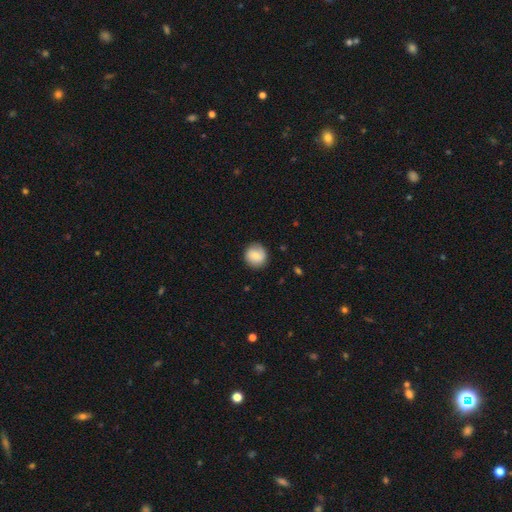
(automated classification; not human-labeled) smooth_or_featured: smooth (p=0.76) [alt: featured or disk p=0.17]
how_rounded: round (p=0.91) [alt: in between p=0.08]
merging: none (p=0.86) [alt: minor disturbance p=0.10]